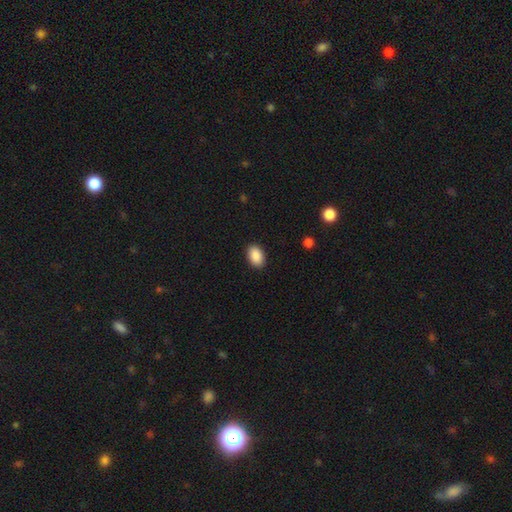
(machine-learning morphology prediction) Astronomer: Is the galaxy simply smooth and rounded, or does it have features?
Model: smooth — 90%.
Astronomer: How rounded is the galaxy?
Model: in between — 90%.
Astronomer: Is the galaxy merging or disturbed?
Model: none — 90%.